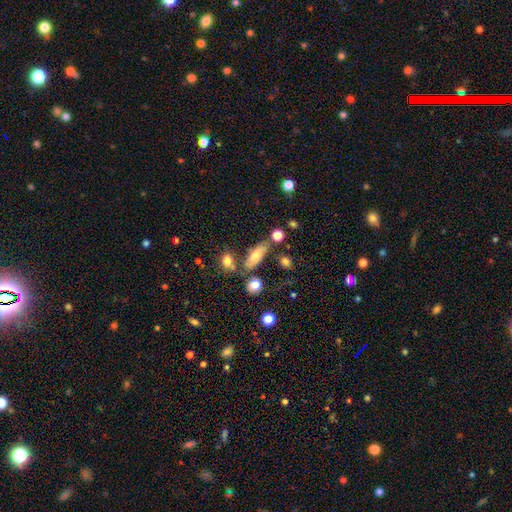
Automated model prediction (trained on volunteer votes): Smooth or featured?
  - smooth: 69% *
  - featured or disk: 22%
  - star or artifact: 10%
How rounded?
  - in between: 64% *
  - cigar-shaped: 31%
  - round: 5%
Merging?
  - none: 64% *
  - minor disturbance: 19%
  - merger: 11%
  - major disturbance: 6%